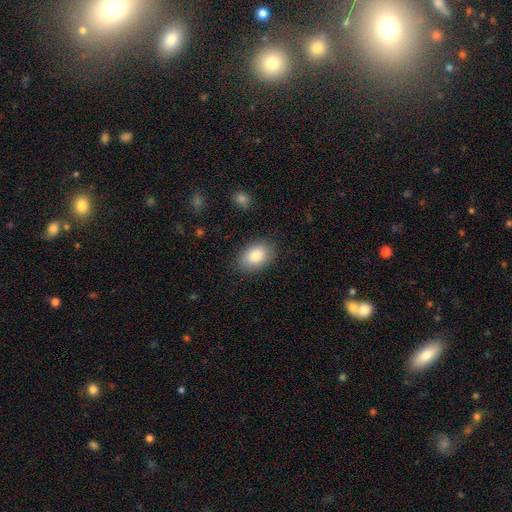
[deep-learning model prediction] Smooth or featured: smooth — 84% (featured or disk — 9%)
How rounded: in between — 87% (round — 12%)
Merging: none — 86% (minor disturbance — 10%)